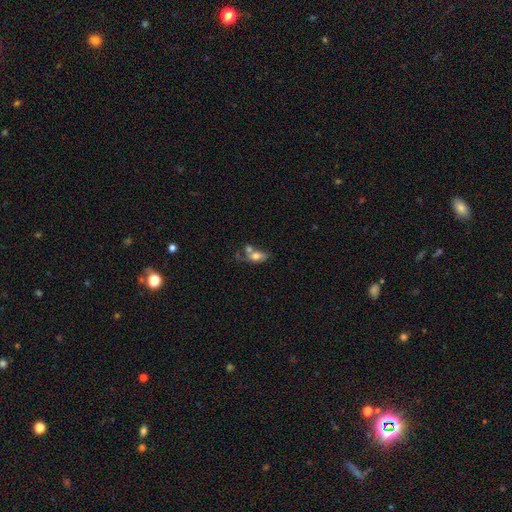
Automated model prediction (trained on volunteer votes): smooth-or-featured: smooth: 63% | featured or disk: 28% | star or artifact: 9%
  how-rounded: in between: 81% | round: 10% | cigar-shaped: 9%
  merging: merger: 46% | none: 25% | minor disturbance: 15% | major disturbance: 14%